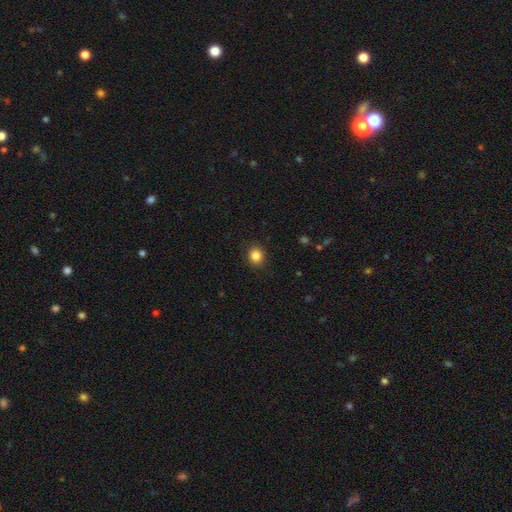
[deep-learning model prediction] The model was most divided on "how rounded": round: 79%, in between: 21%, cigar-shaped: 1%. More confident: merging — none (89%); smooth or featured — smooth (85%).